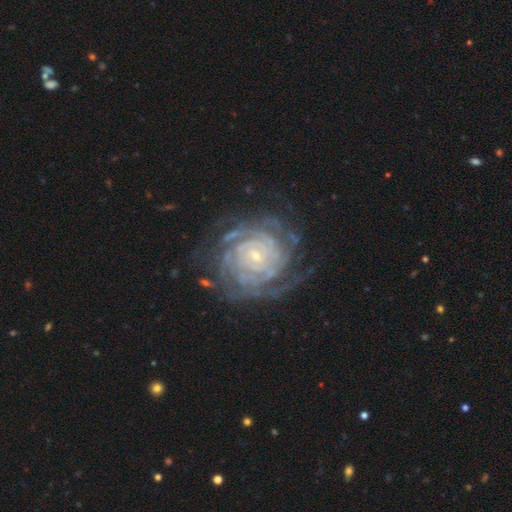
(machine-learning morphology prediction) smooth-or-featured: featured or disk: 89% | star or artifact: 6% | smooth: 5%
  disk-edge-on: no: 97% | yes: 3%
    bar: no: 68% | weak: 23% | strong: 10%
    has-spiral-arms: yes: 98% | no: 2%
      spiral-winding: tight: 85% | medium: 12% | loose: 2%
      spiral-arm-count: can't tell: 25% | 4: 21% | more than 4: 20% | 3: 13% | 2: 12% | 1: 8%
    bulge-size: small: 83% | moderate: 13% | none: 2% | large: 1% | dominant: 1%
  merging: none: 75% | minor disturbance: 16% | major disturbance: 8% | merger: 2%